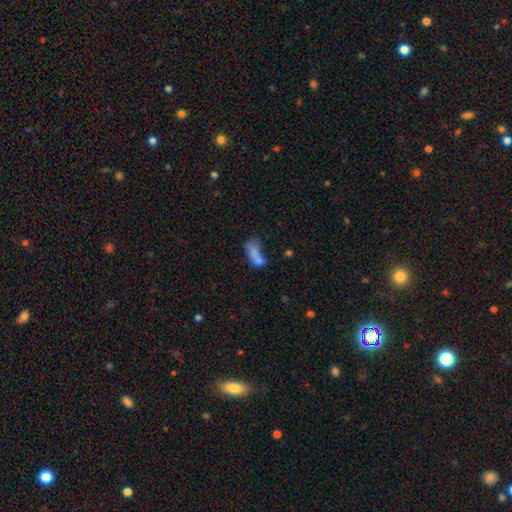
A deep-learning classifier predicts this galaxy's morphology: A smooth galaxy with no disk features (70%) that is in between round and cigar-shaped (76%).

Vote fractions:
- Smooth or featured? smooth: 70% / featured or disk: 19% / star or artifact: 11%
- How rounded? in between: 76% / cigar-shaped: 16% / round: 8%
- Merging? merger: 49% / none: 22% / major disturbance: 16% / minor disturbance: 14%